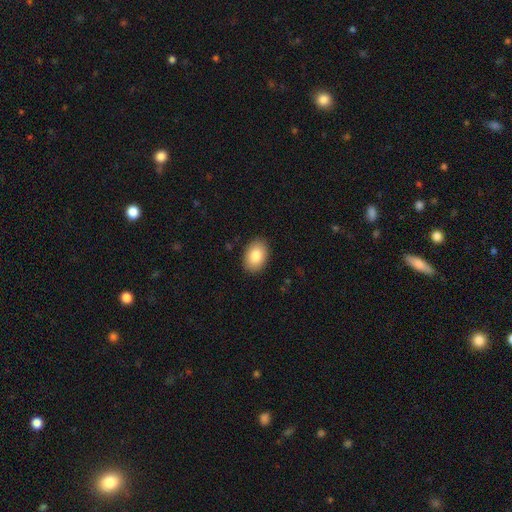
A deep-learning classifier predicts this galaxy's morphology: This is clearly a smooth galaxy (84%). How rounded: clearly in between (85%). Merging: clearly none (89%).